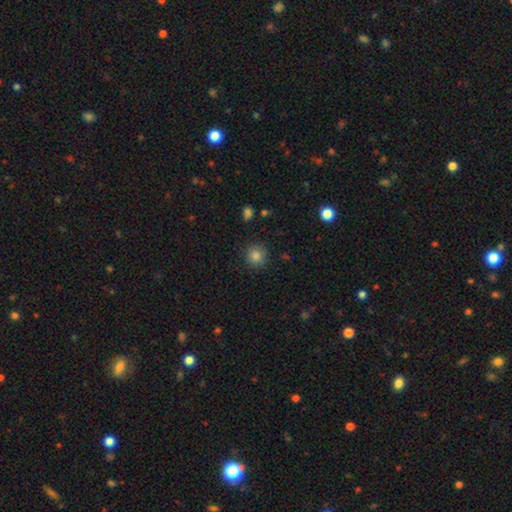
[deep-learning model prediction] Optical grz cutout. It shows a smooth galaxy with no disk features (84%) that is round (91%). Merging: none (88%).